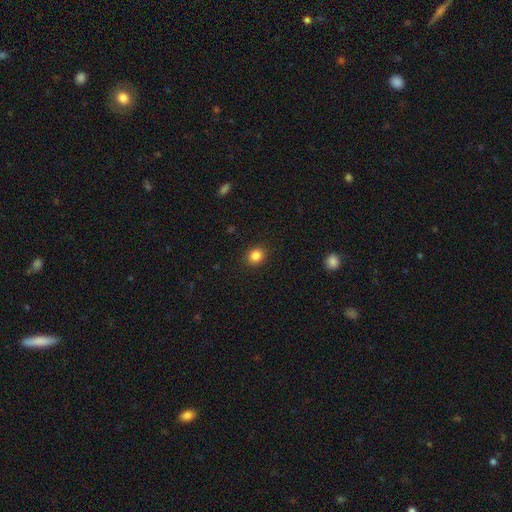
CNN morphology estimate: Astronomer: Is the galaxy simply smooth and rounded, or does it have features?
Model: smooth — 85%.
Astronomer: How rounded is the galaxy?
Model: round — 73%.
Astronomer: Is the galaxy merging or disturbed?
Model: none — 90%.